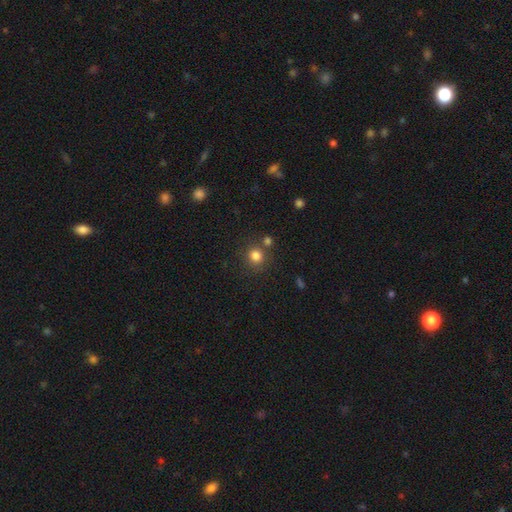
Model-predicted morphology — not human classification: A smooth galaxy with no disk features (81%) that is round (91%).

Vote fractions:
- Smooth or featured? smooth: 81% / star or artifact: 13% / featured or disk: 6%
- How rounded? round: 91% / in between: 9% / cigar-shaped: 1%
- Merging? none: 76% / merger: 13% / minor disturbance: 8% / major disturbance: 3%